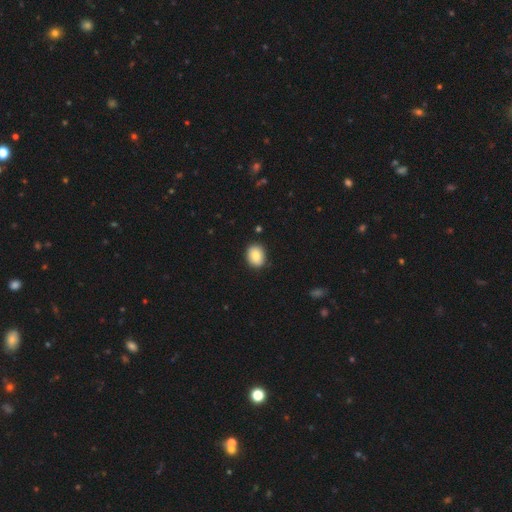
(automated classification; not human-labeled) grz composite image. It shows a smooth galaxy with no disk features (85%) that is in between round and cigar-shaped (54%). Merging: none (87%).